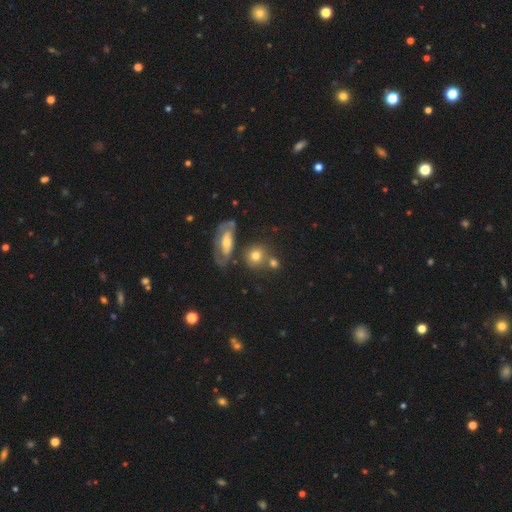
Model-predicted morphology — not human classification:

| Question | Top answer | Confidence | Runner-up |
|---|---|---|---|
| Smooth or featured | smooth | 66% | featured or disk (22%) |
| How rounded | round | 82% | in between (16%) |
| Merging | none | 57% | merger (23%) |